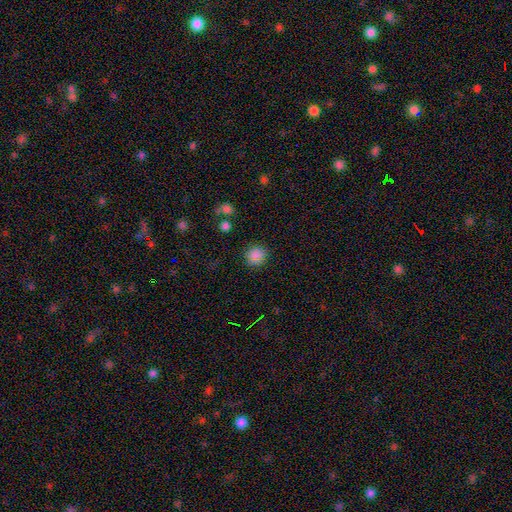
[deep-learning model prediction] The model was most divided on "smooth or featured": smooth: 77%, star or artifact: 18%, featured or disk: 5%. More confident: how rounded — round (84%); merging — none (84%).